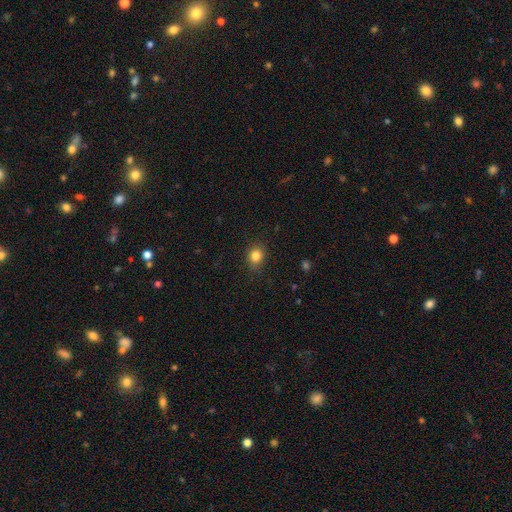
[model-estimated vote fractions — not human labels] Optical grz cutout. It shows a smooth galaxy with no disk features (83%) that is round (62%). Merging: none (84%).